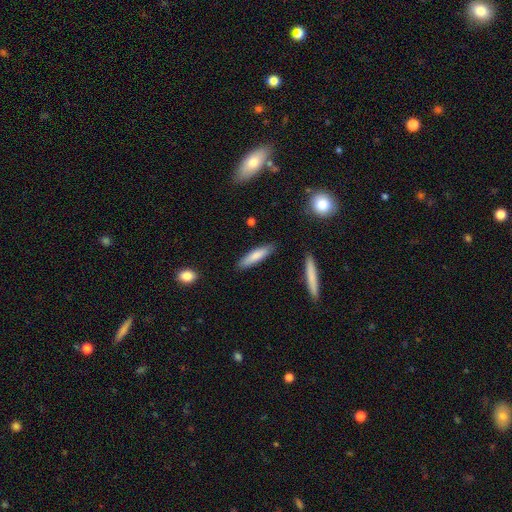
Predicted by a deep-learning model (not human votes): Smooth or featured?
  - smooth: 79% *
  - featured or disk: 15%
  - star or artifact: 6%
How rounded?
  - cigar-shaped: 76% *
  - in between: 23%
  - round: 1%
Merging?
  - none: 86% *
  - minor disturbance: 10%
  - merger: 2%
  - major disturbance: 2%